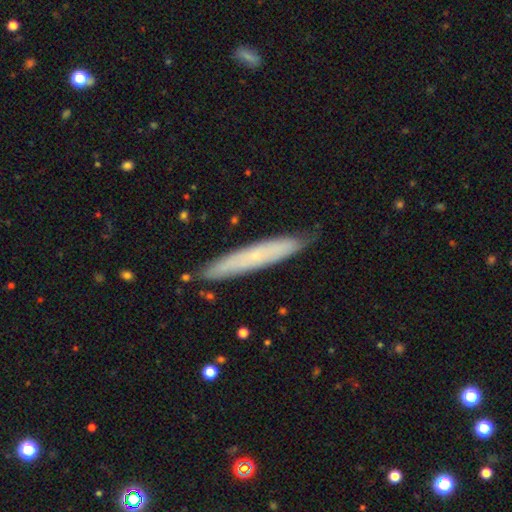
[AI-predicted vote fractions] Q: Smooth or featured?
A: smooth (51%); runner-up: featured or disk (42%)
Q: How rounded?
A: cigar-shaped (92%); runner-up: in between (7%)
Q: Merging?
A: none (82%); runner-up: minor disturbance (14%)